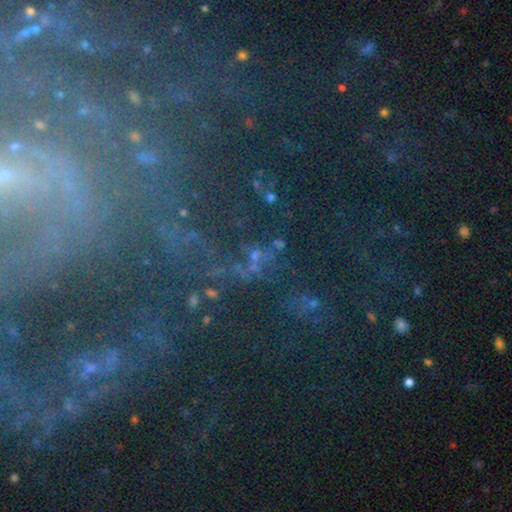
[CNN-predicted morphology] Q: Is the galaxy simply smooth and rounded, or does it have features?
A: star or artifact — 68%.